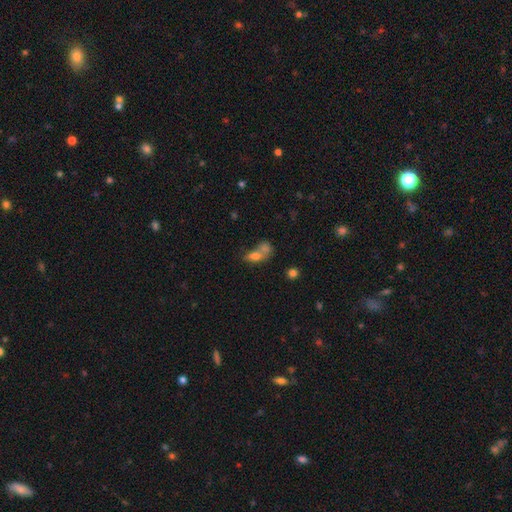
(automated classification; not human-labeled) Smooth or featured?
  - smooth: 69% *
  - featured or disk: 18%
  - star or artifact: 14%
How rounded?
  - in between: 73% *
  - round: 20%
  - cigar-shaped: 7%
Merging?
  - merger: 58% *
  - none: 26%
  - minor disturbance: 9%
  - major disturbance: 7%